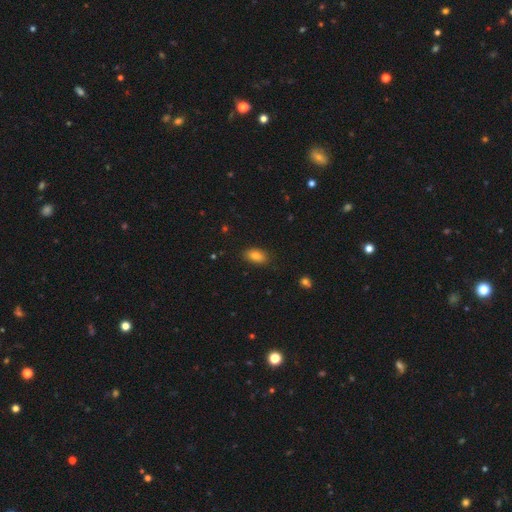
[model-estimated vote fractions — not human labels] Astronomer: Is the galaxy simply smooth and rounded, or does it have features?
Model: smooth — 82%.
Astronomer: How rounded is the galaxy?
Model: in between — 90%.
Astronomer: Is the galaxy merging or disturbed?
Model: none — 85%.